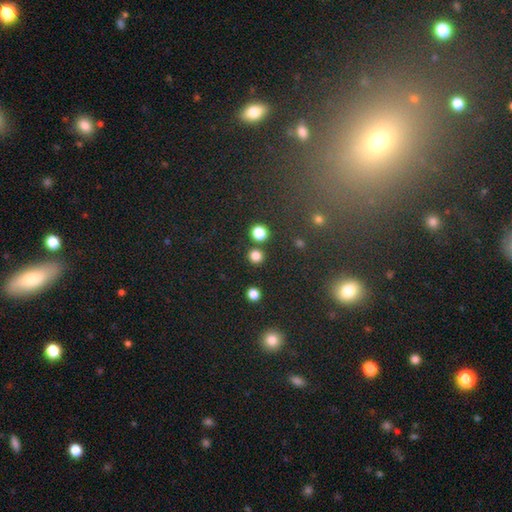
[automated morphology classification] A smooth galaxy with no disk features (81%) that is round (92%).

Vote fractions:
- Smooth or featured? smooth: 81% / star or artifact: 15% / featured or disk: 4%
- How rounded? round: 92% / in between: 7% / cigar-shaped: 1%
- Merging? none: 84% / merger: 8% / minor disturbance: 5% / major disturbance: 2%